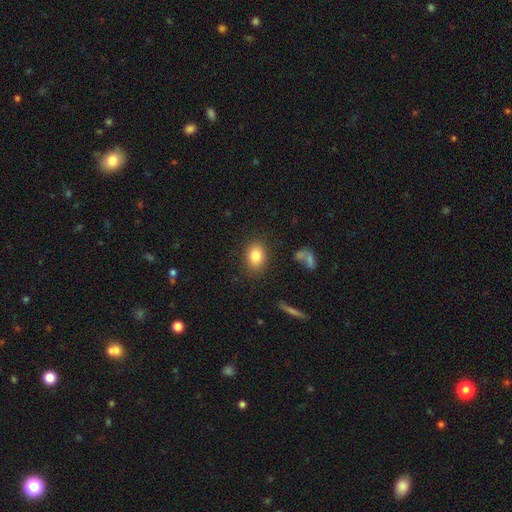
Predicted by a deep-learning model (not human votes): Smooth or featured: smooth — 83% (star or artifact — 9%)
How rounded: in between — 68% (round — 30%)
Merging: none — 84% (minor disturbance — 11%)